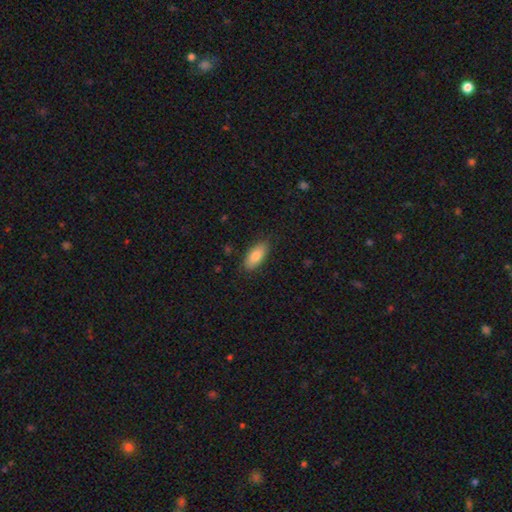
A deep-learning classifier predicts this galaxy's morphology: Smooth or featured? smooth (83%)
How rounded? in between (87%)
Merging? none (84%)